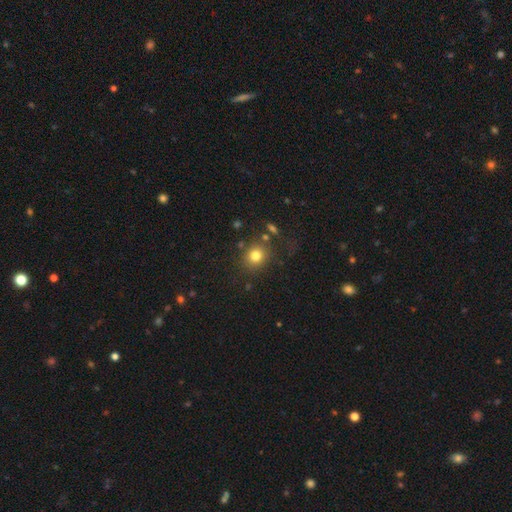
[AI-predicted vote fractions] A smooth galaxy with no disk features (79%) that is round (77%). Merging: none (78%).